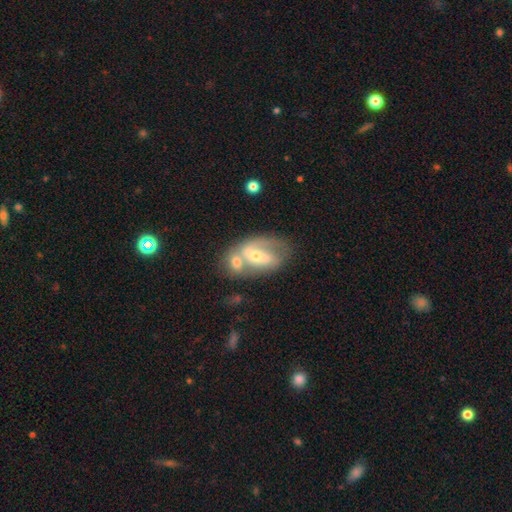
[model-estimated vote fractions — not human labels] Smooth or featured? Predicted: featured or disk (p=0.68). Edge-on disk? Predicted: no (p=0.95). Bar? Predicted: weak (p=0.38). Spiral arms? Predicted: yes (p=0.70). Bulge size? Predicted: moderate (p=0.49). Merging? Predicted: merger (p=0.45).